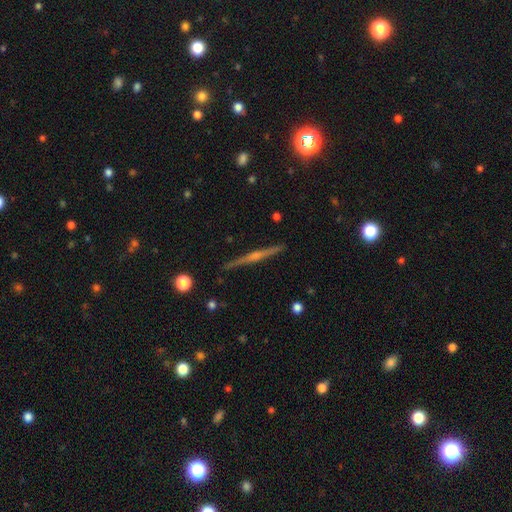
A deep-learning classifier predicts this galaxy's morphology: This is clearly a featured or disk galaxy (80%). It is clearly viewed edge-on (98%). Edge-on bulge: likely rounded (78%). Merging: clearly none (92%).